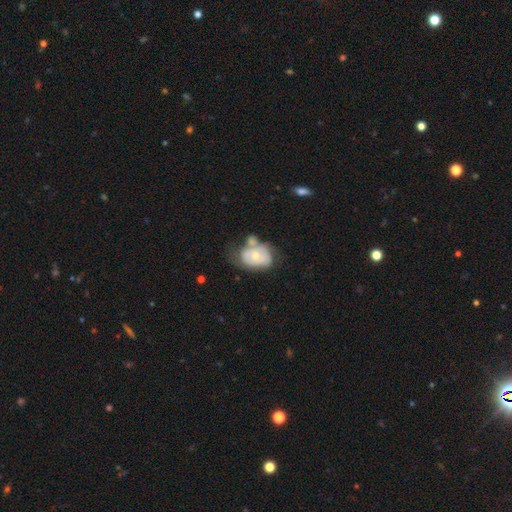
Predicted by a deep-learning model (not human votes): Q: Smooth or featured?
A: featured or disk (52%); runner-up: smooth (42%)
Q: Edge-on disk?
A: no (96%); runner-up: yes (4%)
Q: Merging?
A: none (29%); runner-up: merger (28%)